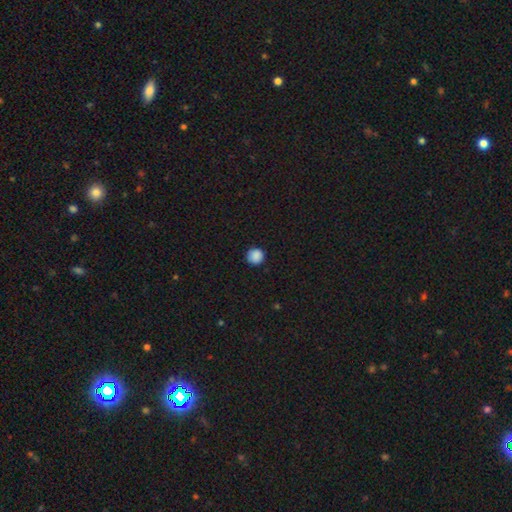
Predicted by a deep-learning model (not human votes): smooth-or-featured: smooth: 88% | star or artifact: 10% | featured or disk: 3%
  how-rounded: round: 95% | in between: 4% | cigar-shaped: 1%
  merging: none: 89% | minor disturbance: 8% | major disturbance: 2% | merger: 1%